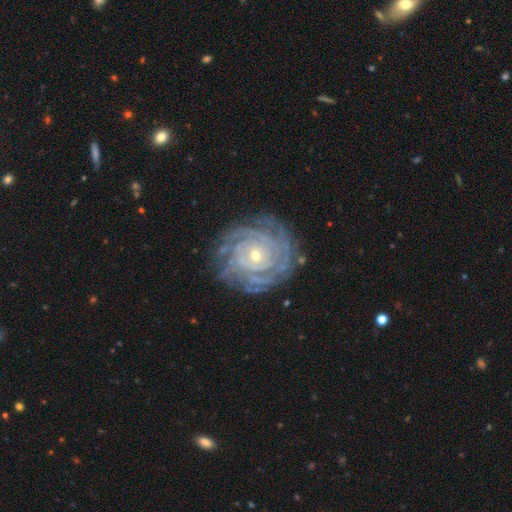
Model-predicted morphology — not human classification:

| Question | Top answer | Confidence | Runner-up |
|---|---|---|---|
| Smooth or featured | featured or disk | 89% | star or artifact (6%) |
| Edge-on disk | no | 97% | yes (3%) |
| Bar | no | 76% | weak (17%) |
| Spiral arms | yes | 97% | no (3%) |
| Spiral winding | tight | 85% | medium (13%) |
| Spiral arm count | can't tell | 26% | 4 (22%) |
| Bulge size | small | 67% | moderate (30%) |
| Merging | none | 80% | minor disturbance (13%) |